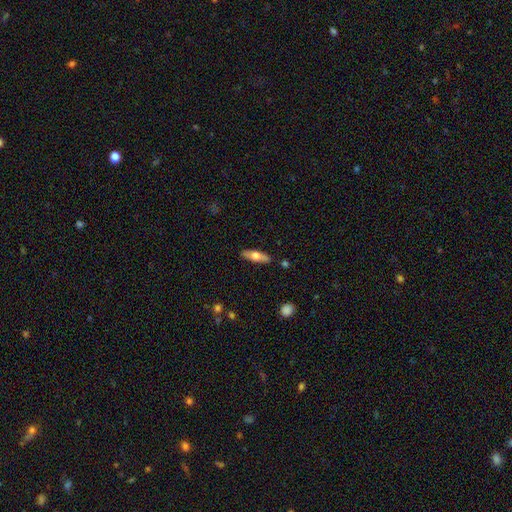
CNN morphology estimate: Smooth or featured: smooth — 57% (featured or disk — 37%)
How rounded: cigar-shaped — 51% (in between — 47%)
Merging: none — 88% (minor disturbance — 9%)